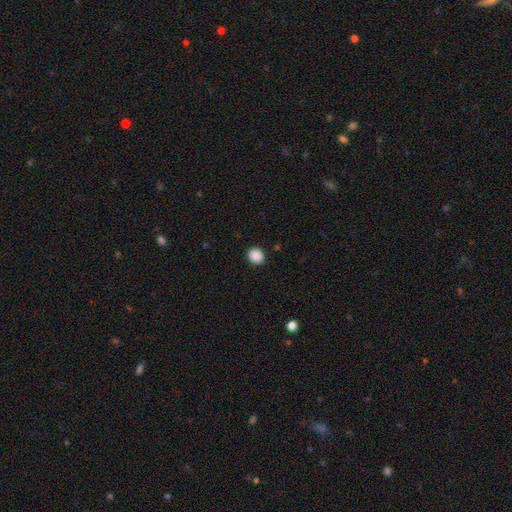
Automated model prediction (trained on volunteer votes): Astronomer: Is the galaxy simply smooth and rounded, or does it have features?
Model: smooth — 89%.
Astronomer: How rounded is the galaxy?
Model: round — 76%.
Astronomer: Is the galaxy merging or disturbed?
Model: none — 91%.